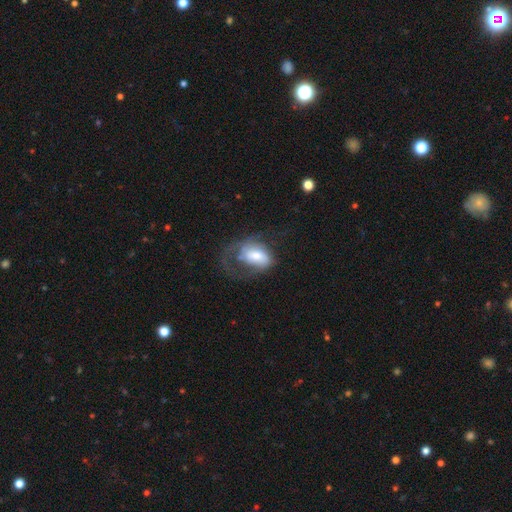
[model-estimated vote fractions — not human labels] smooth 46% (tied), featured or disk 46% (tied), star or artifact 8%. Down the decision tree: merging — major disturbance (52%).